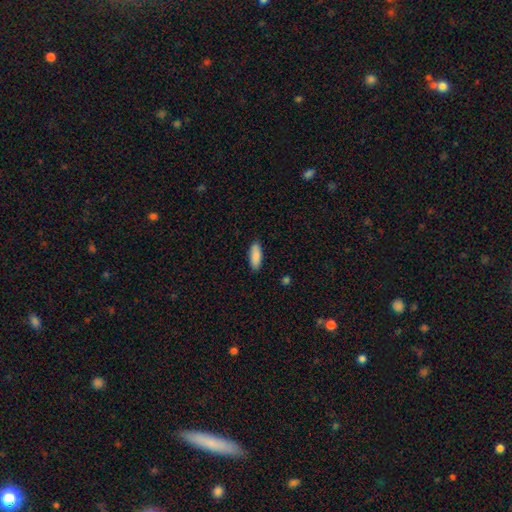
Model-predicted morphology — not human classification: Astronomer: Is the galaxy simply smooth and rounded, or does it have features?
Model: smooth — 88%.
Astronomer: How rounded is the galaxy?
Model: in between — 72%.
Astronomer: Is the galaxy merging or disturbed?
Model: none — 88%.